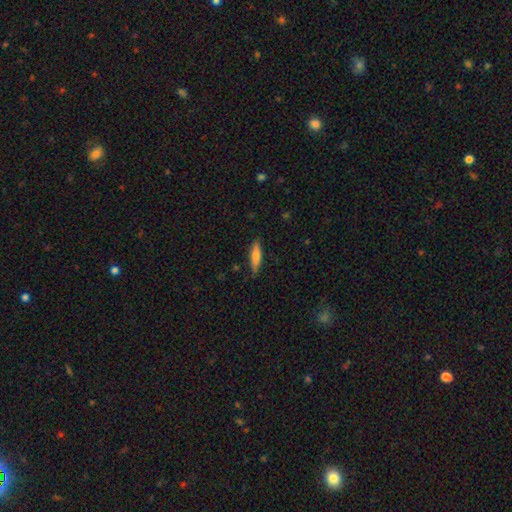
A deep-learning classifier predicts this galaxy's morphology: Overall: smooth (68%). How rounded: cigar-shaped (76%). Merging: none (83%).